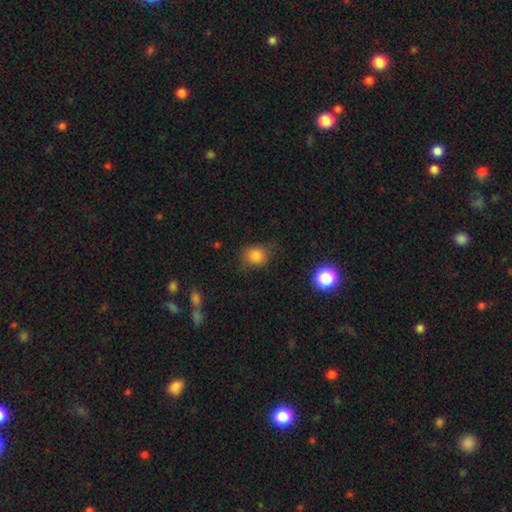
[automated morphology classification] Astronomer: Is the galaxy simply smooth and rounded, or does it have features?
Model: smooth — 82%.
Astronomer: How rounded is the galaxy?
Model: round — 69%.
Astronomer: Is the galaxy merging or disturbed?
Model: none — 71%.